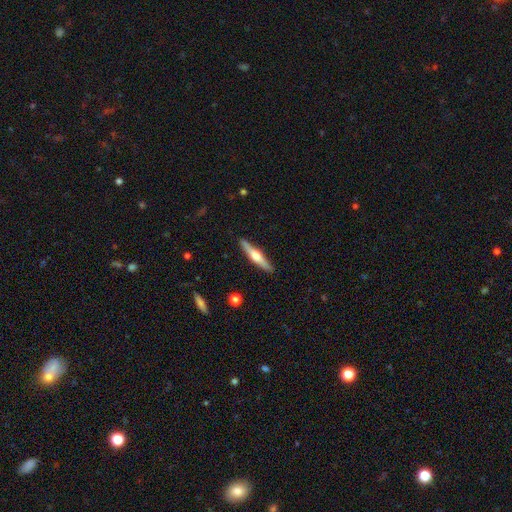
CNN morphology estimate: smooth_or_featured: featured or disk (p=0.63) [alt: smooth p=0.32]
disk_edge_on: yes (p=0.97) [alt: no p=0.03]
edge_on_bulge: rounded (p=0.91) [alt: boxy p=0.06]
merging: none (p=0.90) [alt: minor disturbance p=0.07]